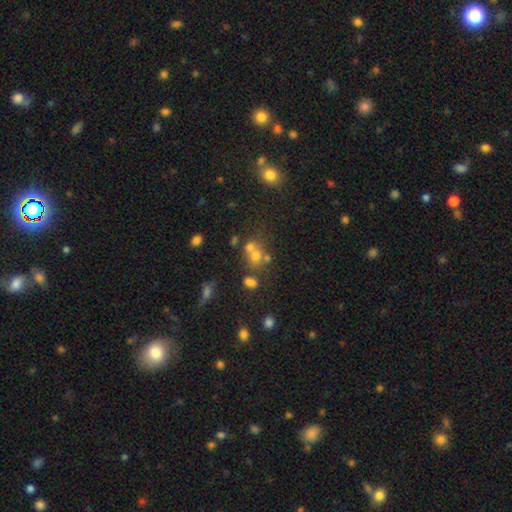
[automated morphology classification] A smooth galaxy with no disk features (57%) that is round (74%). Merging: none (45%).